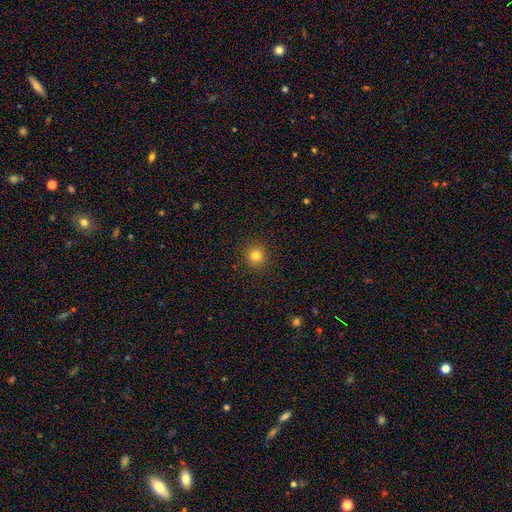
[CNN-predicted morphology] type=smooth (81%); roundness=round (94%); merging=none (92%).